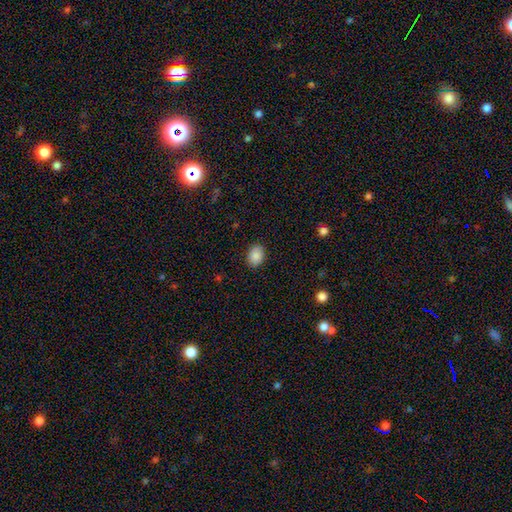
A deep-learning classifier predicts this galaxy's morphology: Smooth or featured?
  - smooth: 88% *
  - star or artifact: 8%
  - featured or disk: 4%
How rounded?
  - in between: 74% *
  - round: 25%
  - cigar-shaped: 1%
Merging?
  - none: 88% *
  - minor disturbance: 9%
  - major disturbance: 2%
  - merger: 1%